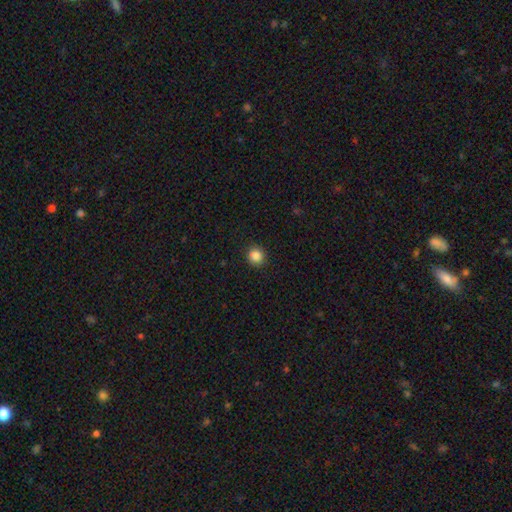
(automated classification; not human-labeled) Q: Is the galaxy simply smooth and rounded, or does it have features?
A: smooth — 86%.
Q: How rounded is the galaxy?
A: round — 90%.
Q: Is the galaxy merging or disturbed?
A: none — 91%.